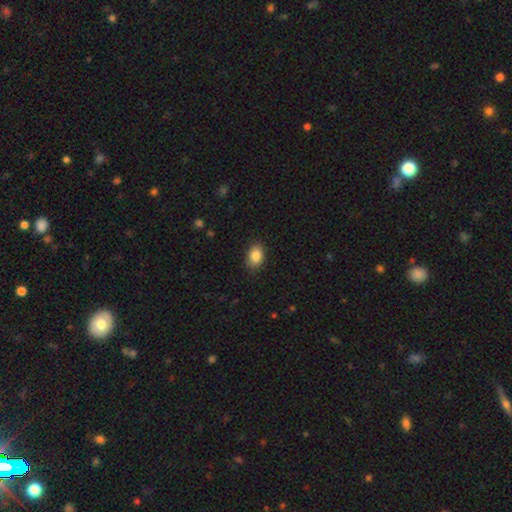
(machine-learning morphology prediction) smooth-or-featured: smooth: 85% | star or artifact: 8% | featured or disk: 6%
  how-rounded: in between: 79% | round: 20% | cigar-shaped: 1%
  merging: none: 86% | minor disturbance: 11% | major disturbance: 2% | merger: 1%